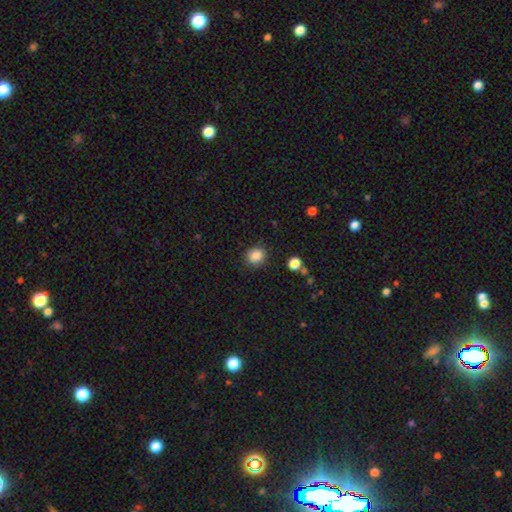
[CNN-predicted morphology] smooth-or-featured: smooth: 86% | star or artifact: 10% | featured or disk: 4%
  how-rounded: round: 75% | in between: 24% | cigar-shaped: 1%
  merging: none: 87% | minor disturbance: 9% | major disturbance: 3% | merger: 2%